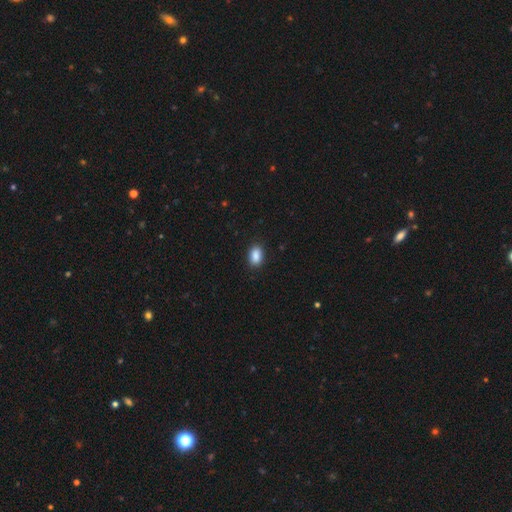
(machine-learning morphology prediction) Smooth or featured? Predicted: smooth (p=0.89). How rounded? Predicted: in between (p=0.88). Merging? Predicted: none (p=0.88).